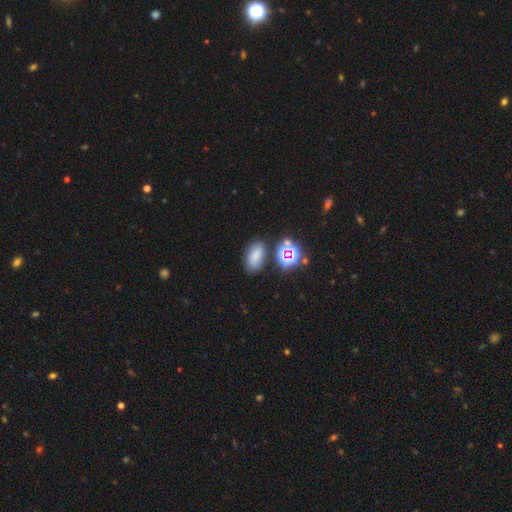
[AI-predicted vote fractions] Smooth or featured? Predicted: smooth (p=0.69). How rounded? Predicted: in between (p=0.85). Merging? Predicted: none (p=0.76).